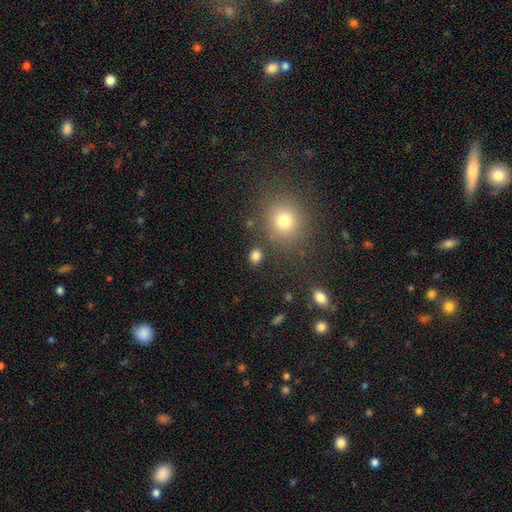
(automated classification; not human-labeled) Smooth or featured? smooth (81%)
How rounded? in between (49%, tied with round)
Merging? none (83%)